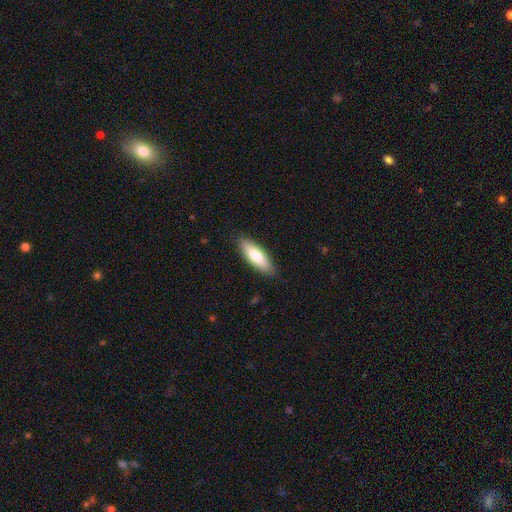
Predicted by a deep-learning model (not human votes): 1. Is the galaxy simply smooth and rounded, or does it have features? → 78% smooth, 16% featured or disk, 5% star or artifact.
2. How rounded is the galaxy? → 56% in between, 42% cigar-shaped, 2% round.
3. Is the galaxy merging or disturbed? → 87% none, 10% minor disturbance, 2% major disturbance, 1% merger.